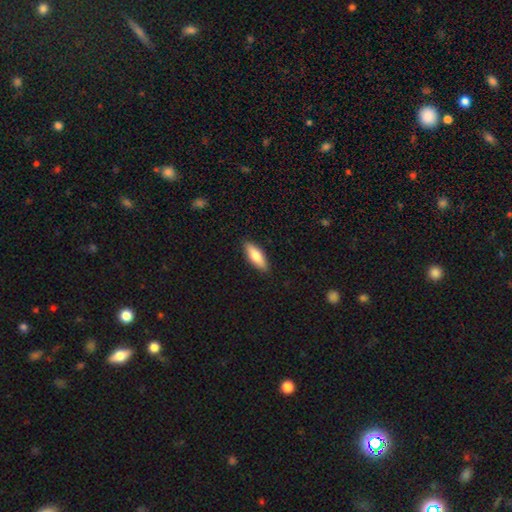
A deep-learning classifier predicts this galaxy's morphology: Overall: smooth (79%). How rounded: in between (62%; cigar-shaped 36%). Merging: none (88%).